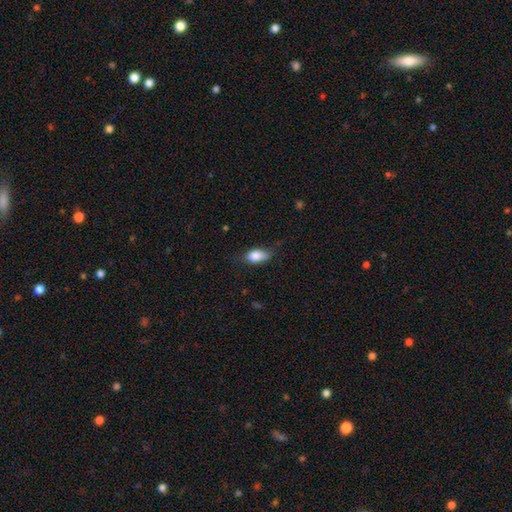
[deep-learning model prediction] Overall: smooth (84%). How rounded: in between (87%). Merging: none (62%; minor disturbance 29%).